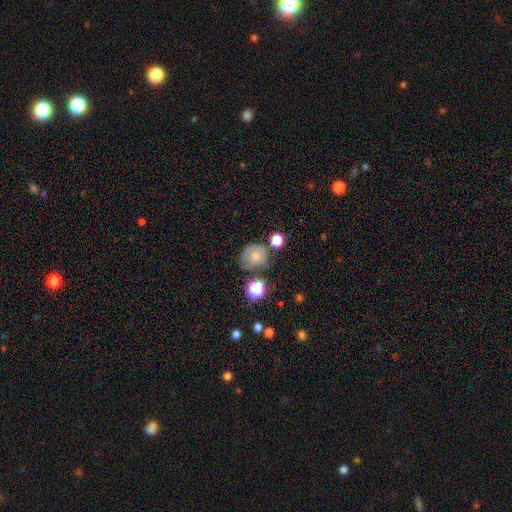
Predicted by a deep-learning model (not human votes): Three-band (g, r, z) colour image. It shows a smooth galaxy with no disk features (56%) that is round (74%). Merging: none (52%).